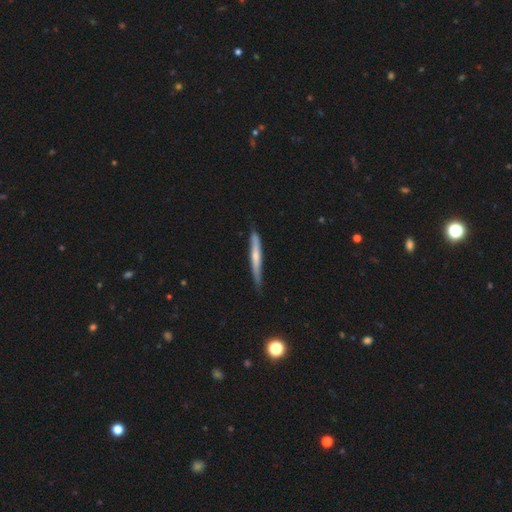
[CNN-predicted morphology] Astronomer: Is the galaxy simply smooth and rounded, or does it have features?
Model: smooth — 49% (runner-up: featured or disk, 45%).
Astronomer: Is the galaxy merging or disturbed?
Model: none — 75%.